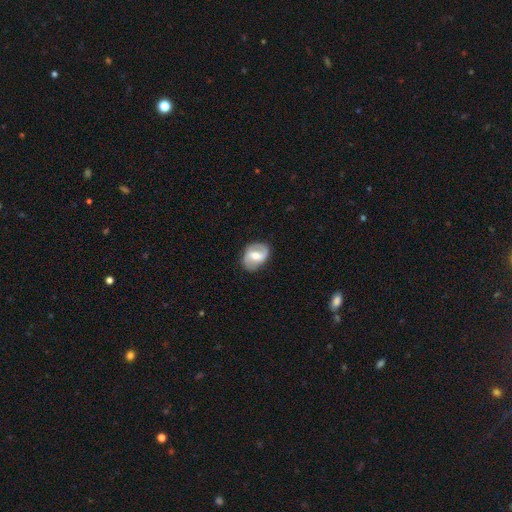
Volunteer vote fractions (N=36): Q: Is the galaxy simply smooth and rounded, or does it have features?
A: featured or disk — 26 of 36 (72%).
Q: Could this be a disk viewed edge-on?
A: no — 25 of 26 (96%).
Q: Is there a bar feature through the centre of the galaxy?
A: weak — 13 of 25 (52%).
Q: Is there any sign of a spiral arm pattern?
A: yes — 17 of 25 (68%).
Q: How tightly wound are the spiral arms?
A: loose — 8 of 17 (47%).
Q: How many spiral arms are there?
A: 2 — 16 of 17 (94%).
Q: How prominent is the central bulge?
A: moderate — 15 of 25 (60%).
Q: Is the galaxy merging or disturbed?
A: none — 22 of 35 (63%).